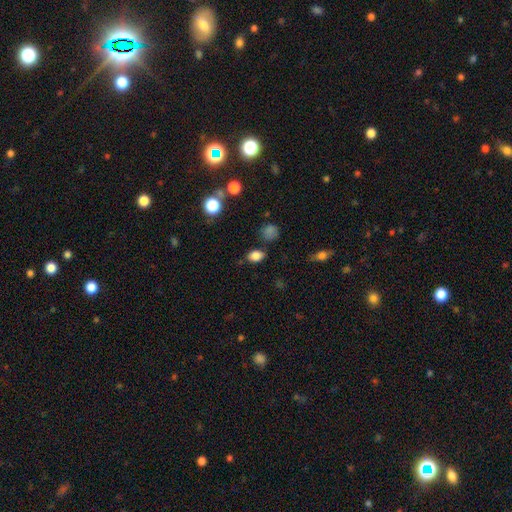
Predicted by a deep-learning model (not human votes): Smooth or featured? Predicted: smooth (p=0.83). How rounded? Predicted: in between (p=0.74). Merging? Predicted: none (p=0.79).